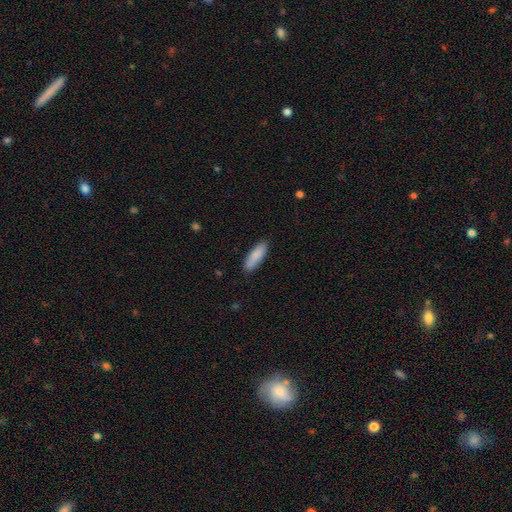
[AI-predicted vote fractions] A smooth galaxy with no disk features (87%) that is in between round and cigar-shaped (52%). Merging: none (85%).